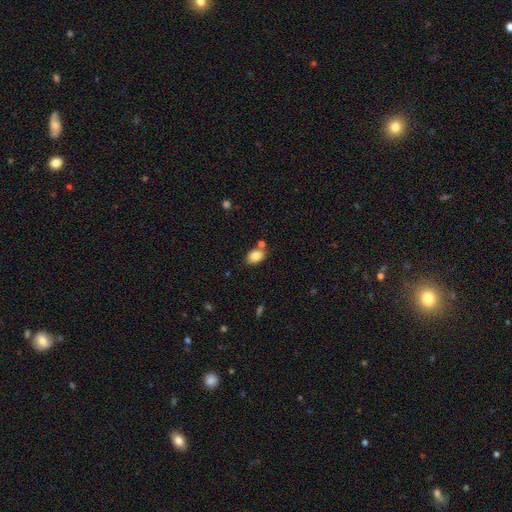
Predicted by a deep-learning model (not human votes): Smooth or featured? smooth (84%)
How rounded? in between (85%)
Merging? none (68%)